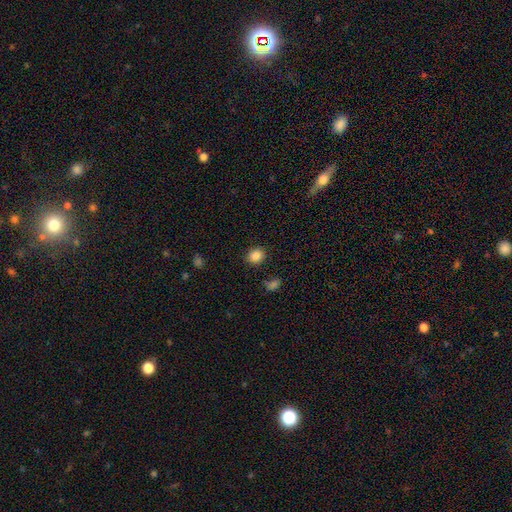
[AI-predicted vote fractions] Smooth or featured? smooth (86%)
How rounded? round (74%)
Merging? none (87%)